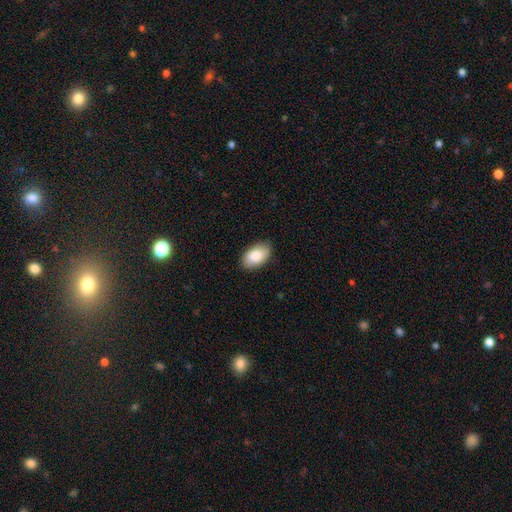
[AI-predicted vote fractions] Morphology: type=smooth (86%); roundness=in between (94%); merging=none (86%).